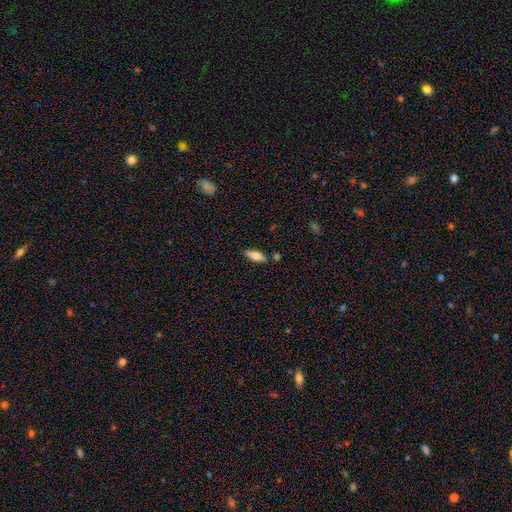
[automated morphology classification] Overall: smooth (73%). How rounded: in between (71%). Merging: none (80%).